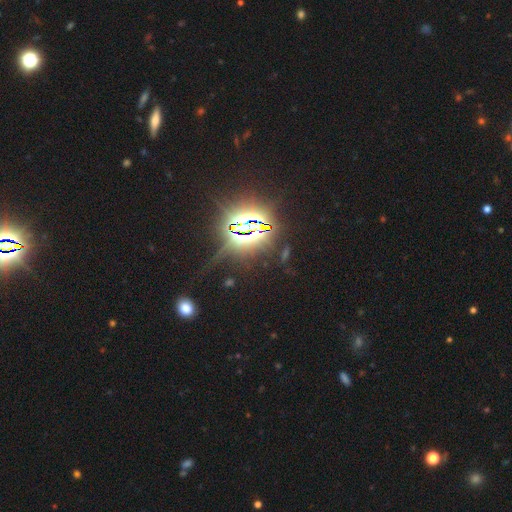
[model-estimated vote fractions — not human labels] A star or artifact, not a galaxy (87%).

Vote fractions:
- Smooth or featured? star or artifact: 87% / smooth: 8% / featured or disk: 6%